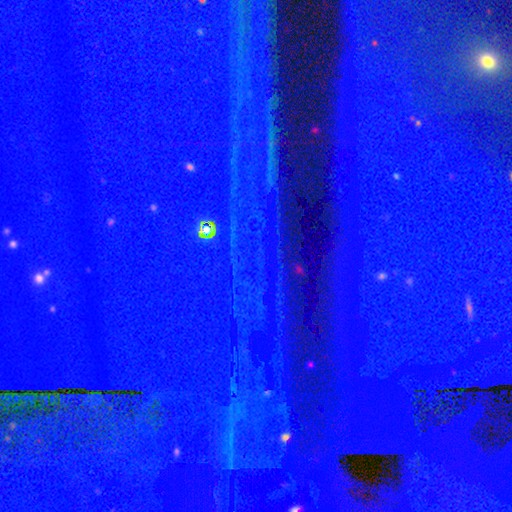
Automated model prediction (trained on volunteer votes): Q: Smooth or featured?
A: star or artifact (88%); runner-up: featured or disk (7%)